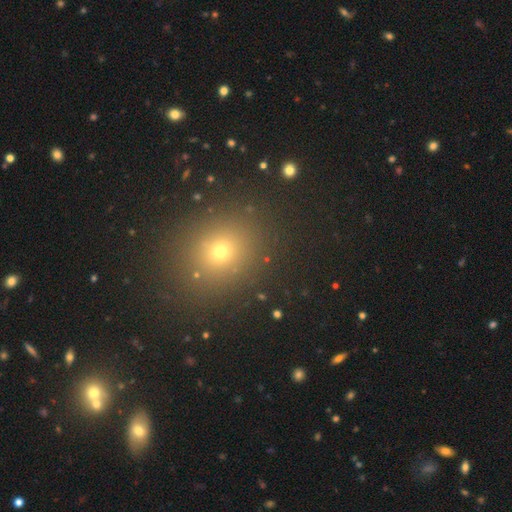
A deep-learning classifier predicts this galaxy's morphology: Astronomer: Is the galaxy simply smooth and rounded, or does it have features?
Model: smooth — 57% (runner-up: star or artifact, 35%).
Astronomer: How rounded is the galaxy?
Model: round — 75%.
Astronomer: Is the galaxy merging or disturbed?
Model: none — 90%.